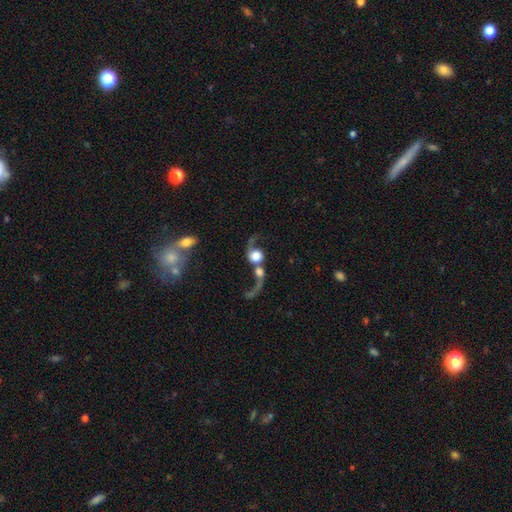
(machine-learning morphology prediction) A featured or disk galaxy (61%) with no bar (75%), spiral arms (86%) and a large central bulge (39%). Merging: merger (54%).